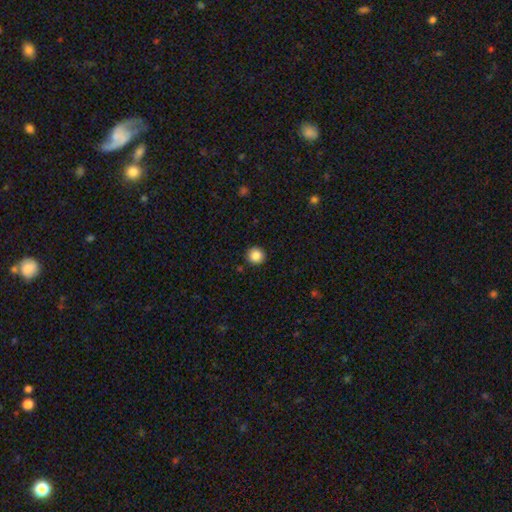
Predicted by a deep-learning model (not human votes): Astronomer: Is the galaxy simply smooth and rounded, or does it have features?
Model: smooth — 86%.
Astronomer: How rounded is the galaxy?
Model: round — 94%.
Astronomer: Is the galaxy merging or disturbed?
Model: none — 92%.